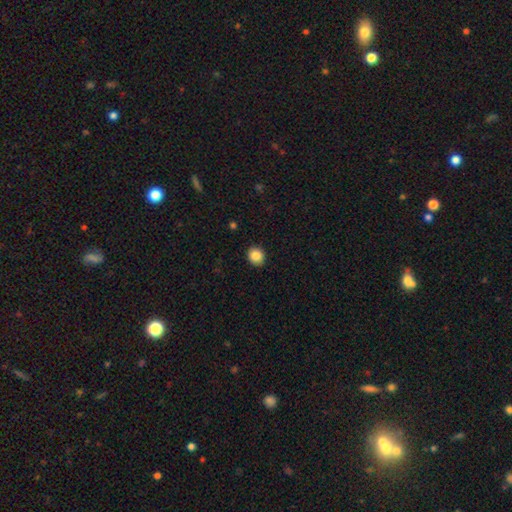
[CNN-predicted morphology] Smooth or featured? Predicted: smooth (p=0.86). How rounded? Predicted: round (p=0.78). Merging? Predicted: none (p=0.91).